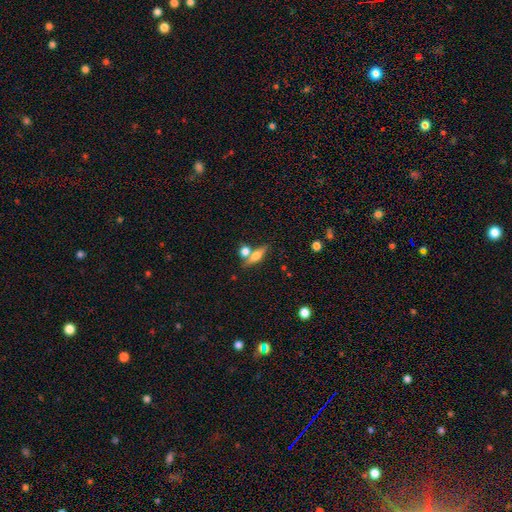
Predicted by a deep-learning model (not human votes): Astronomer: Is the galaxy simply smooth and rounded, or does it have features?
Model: smooth — 51% (runner-up: featured or disk, 40%).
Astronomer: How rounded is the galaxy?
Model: cigar-shaped — 52% (runner-up: in between, 39%).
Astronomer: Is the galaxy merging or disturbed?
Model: none — 59%.